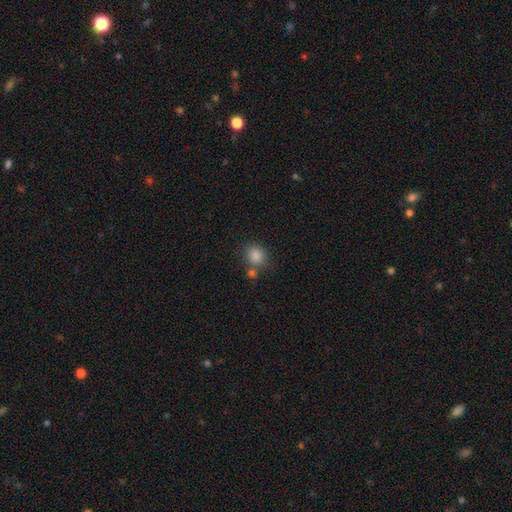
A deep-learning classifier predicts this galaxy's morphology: A smooth galaxy with no disk features (85%) that is round (72%). Merging: none (64%).